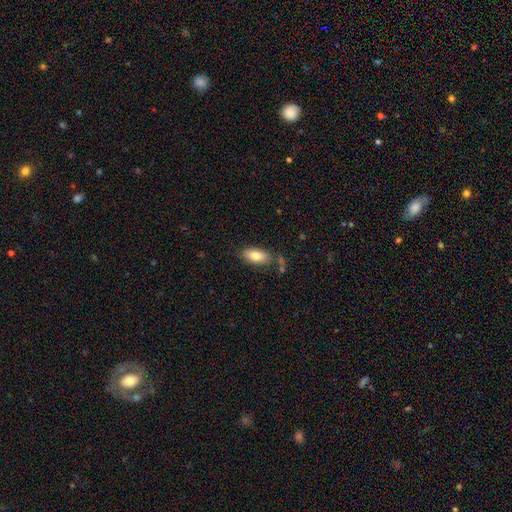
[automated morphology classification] smooth-or-featured: smooth: 78% | featured or disk: 15% | star or artifact: 7%
  how-rounded: in between: 88% | cigar-shaped: 9% | round: 3%
  merging: none: 75% | minor disturbance: 16% | merger: 5% | major disturbance: 4%